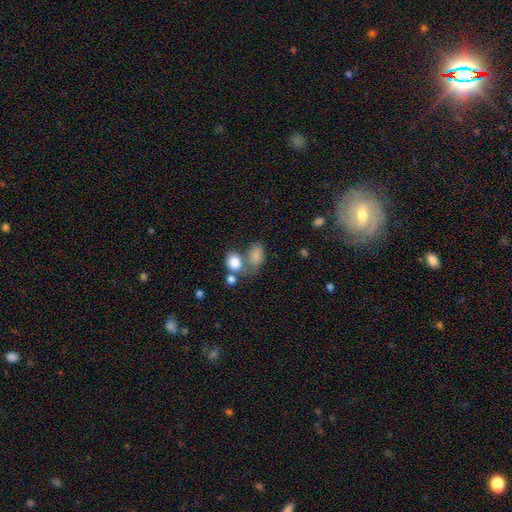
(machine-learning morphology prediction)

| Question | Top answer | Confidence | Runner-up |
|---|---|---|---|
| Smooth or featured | smooth | 80% | star or artifact (10%) |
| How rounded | in between | 81% | round (17%) |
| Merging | merger | 41% | none (33%) |